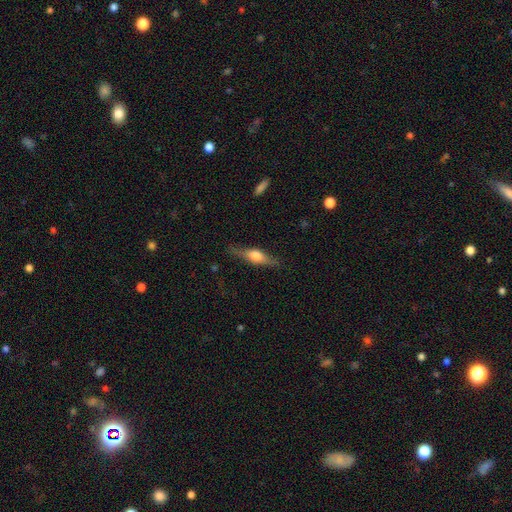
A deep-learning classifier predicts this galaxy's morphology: This appears to be a featured or disk galaxy (53%) viewed edge-on (92%). Merging: none (78%).